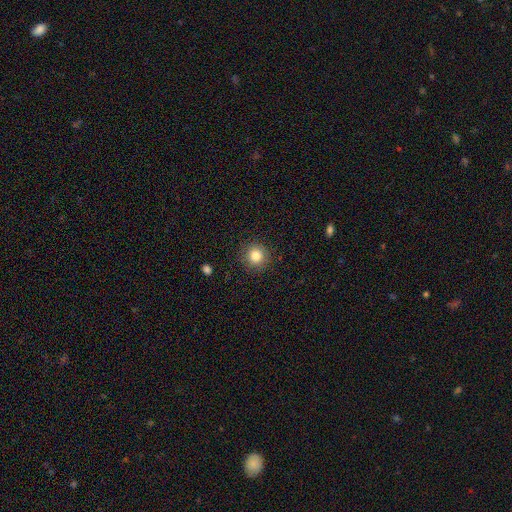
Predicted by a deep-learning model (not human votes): Smooth or featured? smooth (83%)
How rounded? round (94%)
Merging? none (90%)